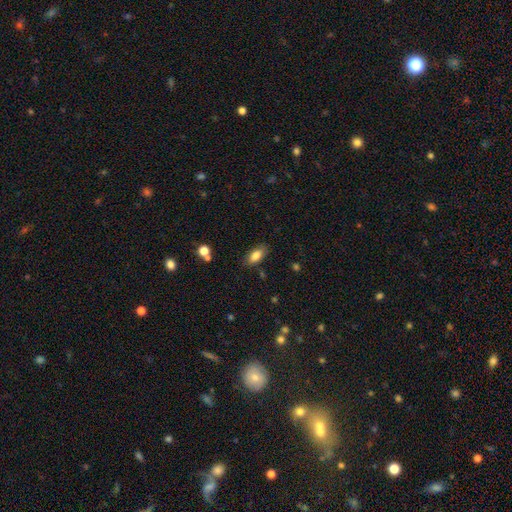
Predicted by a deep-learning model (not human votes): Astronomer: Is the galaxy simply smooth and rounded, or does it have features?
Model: smooth — 82%.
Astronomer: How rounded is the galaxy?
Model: in between — 89%.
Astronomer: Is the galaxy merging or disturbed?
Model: none — 82%.